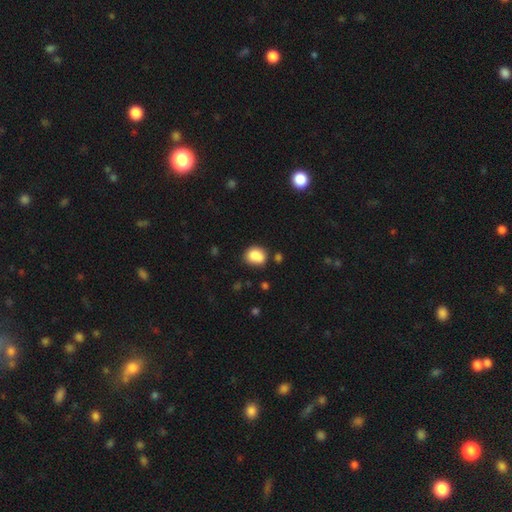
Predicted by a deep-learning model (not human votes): This appears to be a smooth galaxy with no disk features (84%) that is round (56%). Merging: none (62%).